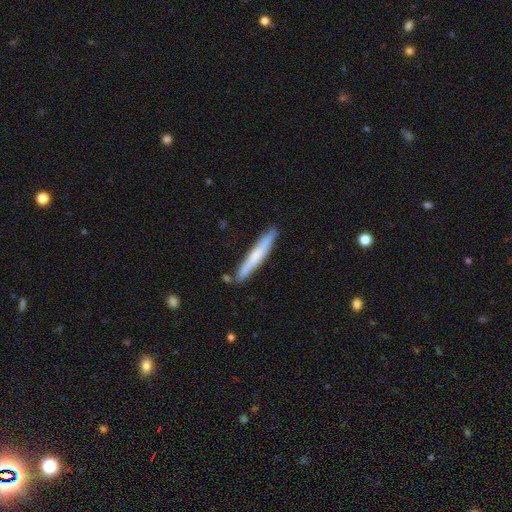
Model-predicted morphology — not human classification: This appears to be a smooth galaxy with no disk features (62%) that is cigar-shaped (96%). Merging: none (85%).